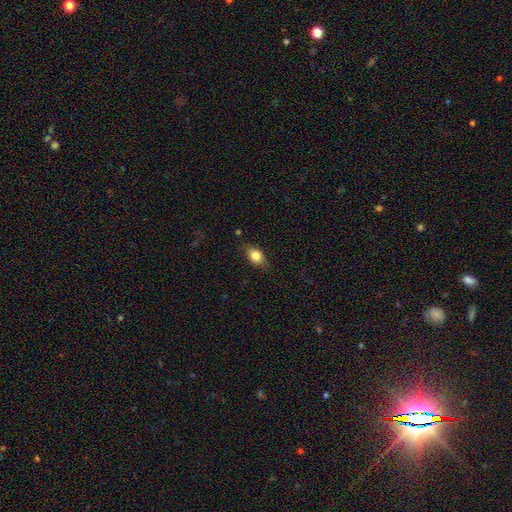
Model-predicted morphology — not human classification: A smooth galaxy with no disk features (81%) that is in between round and cigar-shaped (76%).

Vote fractions:
- Smooth or featured? smooth: 81% / featured or disk: 11% / star or artifact: 9%
- How rounded? in between: 76% / round: 20% / cigar-shaped: 4%
- Merging? none: 78% / minor disturbance: 17% / major disturbance: 4% / merger: 1%